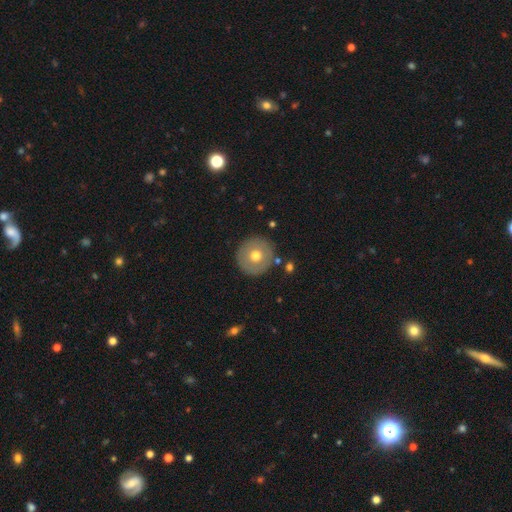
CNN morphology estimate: The model was most divided on "smooth or featured": smooth: 64%, featured or disk: 28%, star or artifact: 8%. More confident: how rounded — round (96%); merging — none (88%).